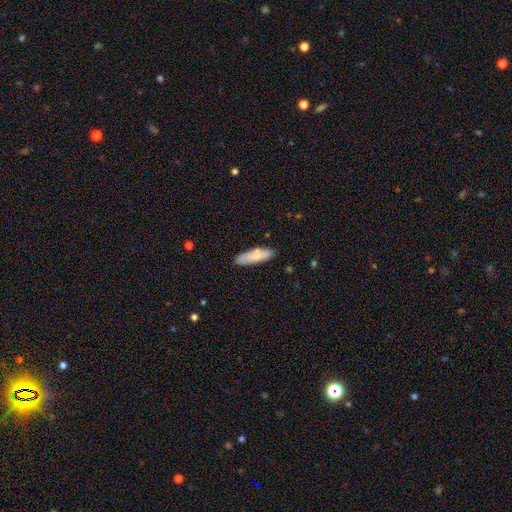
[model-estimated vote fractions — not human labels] smooth-or-featured: smooth: 78% | featured or disk: 16% | star or artifact: 6%
  how-rounded: cigar-shaped: 53% | in between: 46% | round: 2%
  merging: none: 83% | minor disturbance: 12% | merger: 3% | major disturbance: 2%